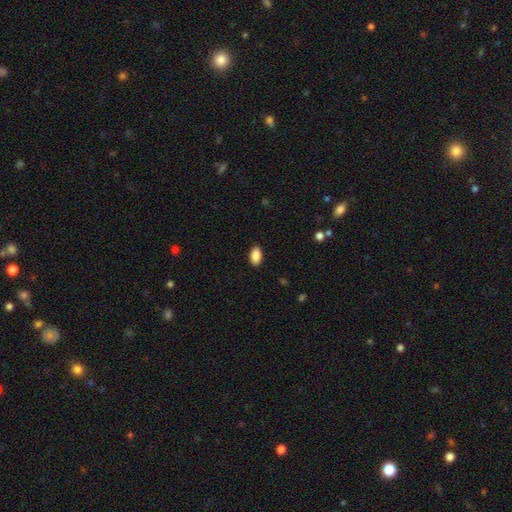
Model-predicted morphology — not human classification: Smooth or featured? Predicted: smooth (p=0.90). How rounded? Predicted: in between (p=0.93). Merging? Predicted: none (p=0.90).